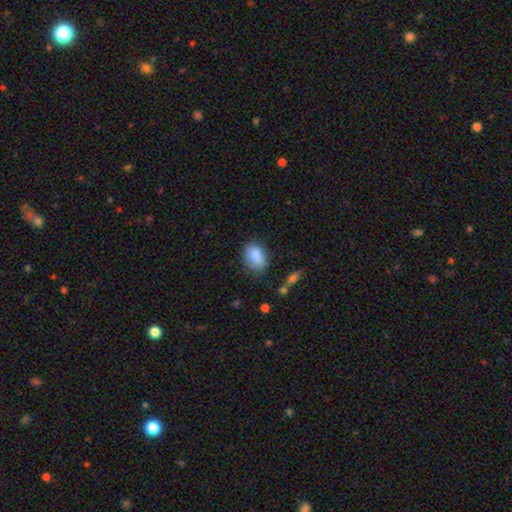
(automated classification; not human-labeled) Overall: smooth (86%). How rounded: in between (86%). Merging: none (68%).